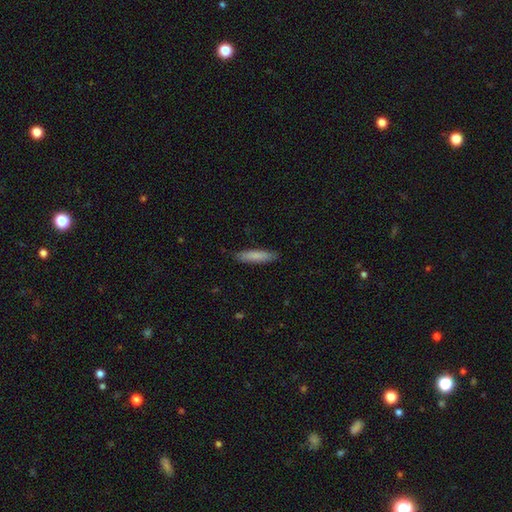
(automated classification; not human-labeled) Overall: smooth (82%). How rounded: cigar-shaped (80%). Merging: none (87%).